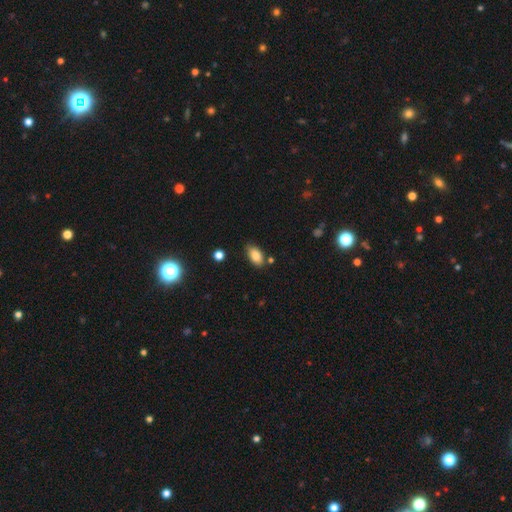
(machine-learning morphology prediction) Smooth or featured? smooth (84%)
How rounded? in between (92%)
Merging? none (79%)